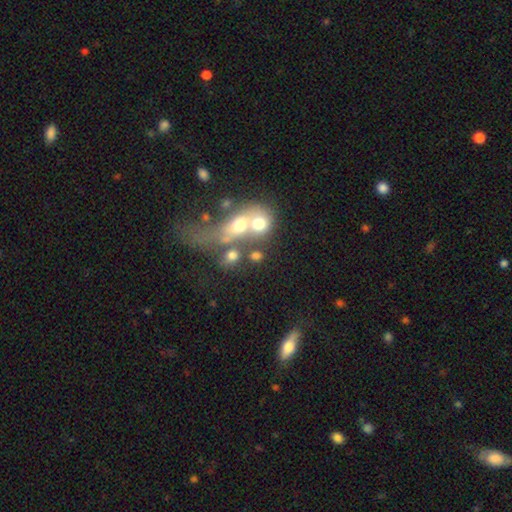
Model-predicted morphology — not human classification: A smooth galaxy with no disk features (59%) that is round (56%). Merging: merger (56%).